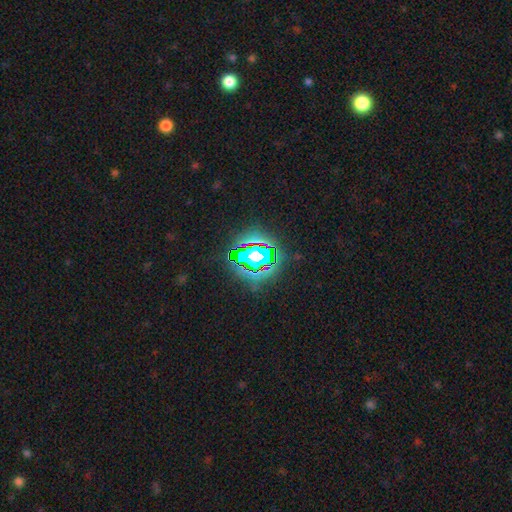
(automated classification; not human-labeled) Overall: star or artifact (70%).